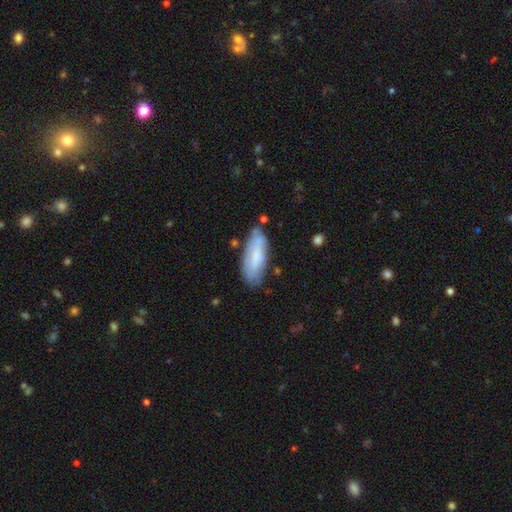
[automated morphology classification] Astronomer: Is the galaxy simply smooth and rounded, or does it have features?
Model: smooth — 66%.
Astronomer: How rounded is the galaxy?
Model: in between — 70%.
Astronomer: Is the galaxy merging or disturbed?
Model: none — 70%.